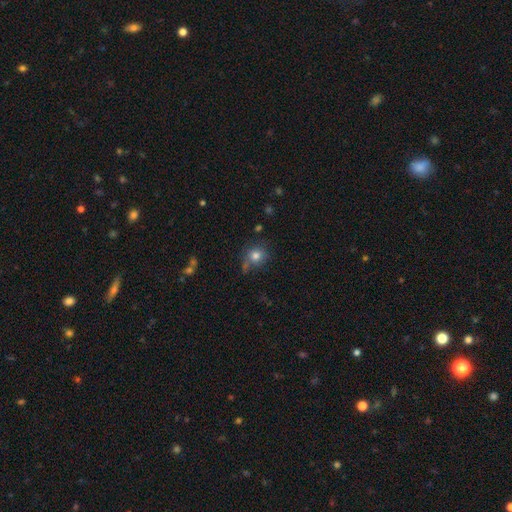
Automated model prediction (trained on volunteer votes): A smooth galaxy with no disk features (78%) that is round (83%).

Vote fractions:
- Smooth or featured? smooth: 78% / star or artifact: 12% / featured or disk: 10%
- How rounded? round: 83% / in between: 16% / cigar-shaped: 1%
- Merging? none: 66% / minor disturbance: 20% / major disturbance: 7% / merger: 7%